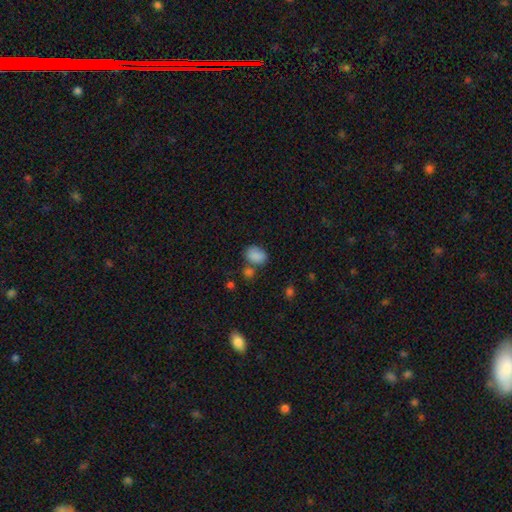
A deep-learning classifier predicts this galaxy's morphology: smooth 85%, star or artifact 9%, featured or disk 5%. Down the decision tree: how rounded — in between (73%); merging — none (58%).